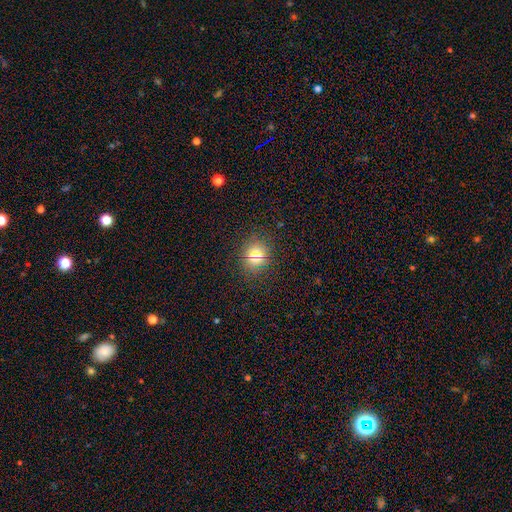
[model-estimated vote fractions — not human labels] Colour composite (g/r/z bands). It shows a smooth galaxy with no disk features (68%) that is round (78%). Merging: none (88%).